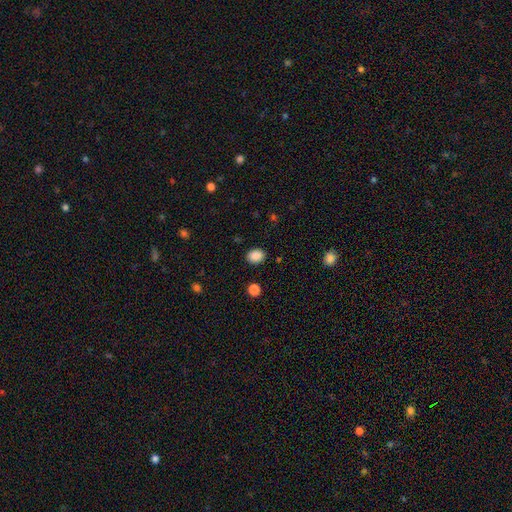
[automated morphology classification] smooth 88%, star or artifact 9%, featured or disk 3%. Down the decision tree: how rounded — in between (56%); merging — none (88%).